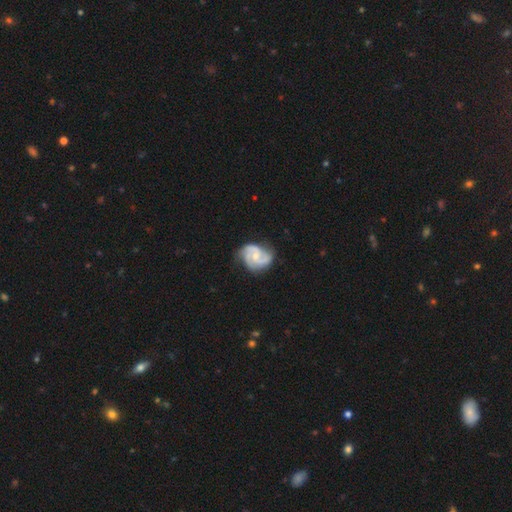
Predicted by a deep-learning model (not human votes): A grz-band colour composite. It shows a featured or disk galaxy (87%) with no bar (56%), 2 (50%) medium (51%) spiral arms (97%) and a moderate central bulge (49%). Merging: none (67%).